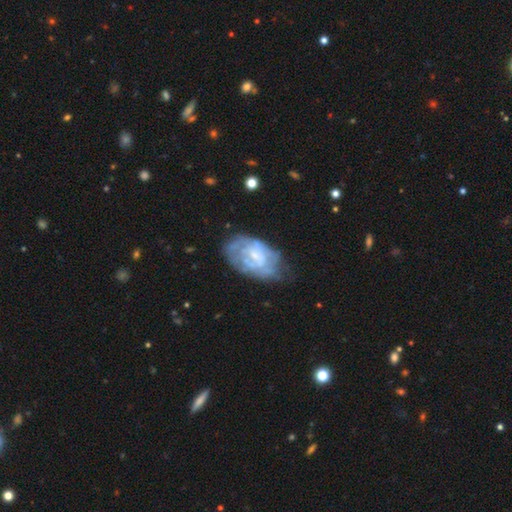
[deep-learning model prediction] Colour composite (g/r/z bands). It shows a featured or disk galaxy (71%) with no bar (48%), spiral arms (68%) and a small central bulge (56%). Merging: none (58%).